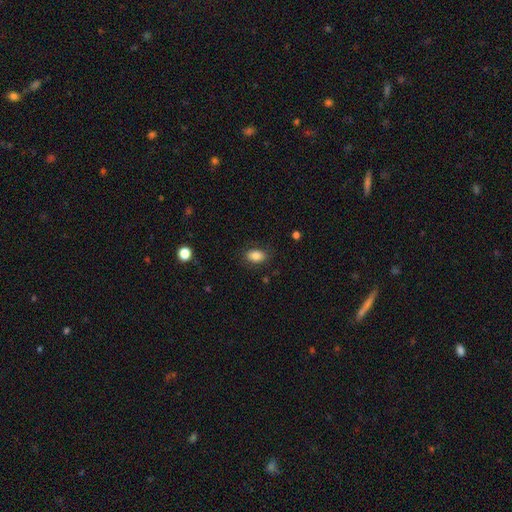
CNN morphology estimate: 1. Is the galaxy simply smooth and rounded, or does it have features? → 83% smooth, 9% star or artifact, 8% featured or disk.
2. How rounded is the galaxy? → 83% in between, 16% round, 1% cigar-shaped.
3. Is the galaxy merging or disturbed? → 82% none, 13% minor disturbance, 4% major disturbance, 1% merger.